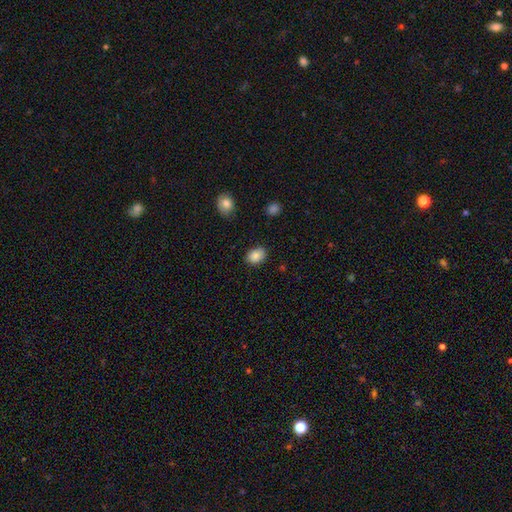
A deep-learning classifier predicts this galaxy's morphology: This appears to be a smooth galaxy with no disk features (87%) that is in between round and cigar-shaped (64%). Merging: none (83%).